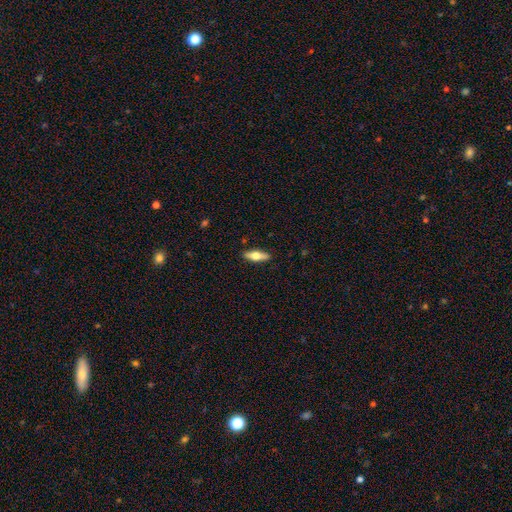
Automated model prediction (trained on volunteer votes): Q: Smooth or featured?
A: smooth (53%); runner-up: featured or disk (41%)
Q: How rounded?
A: in between (53%); runner-up: cigar-shaped (44%)
Q: Merging?
A: none (89%); runner-up: minor disturbance (8%)